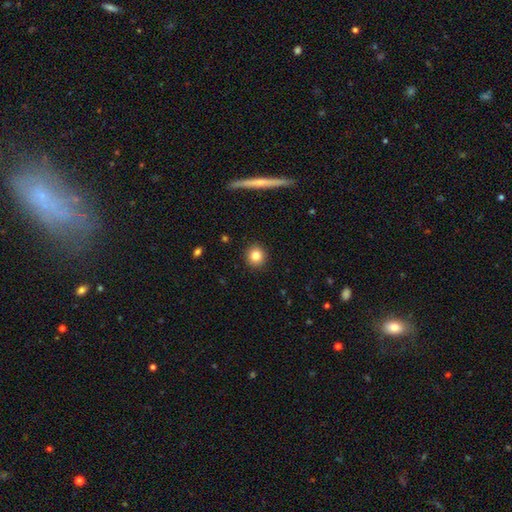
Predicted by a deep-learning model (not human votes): Smooth or featured: smooth — 82% (star or artifact — 10%)
How rounded: round — 93% (in between — 6%)
Merging: none — 92% (minor disturbance — 5%)